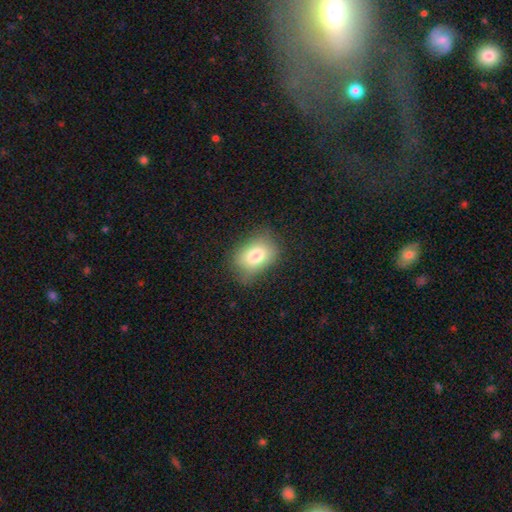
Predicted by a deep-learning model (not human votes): Smooth or featured: smooth — 79% (featured or disk — 11%)
How rounded: in between — 82% (round — 17%)
Merging: none — 70% (minor disturbance — 22%)